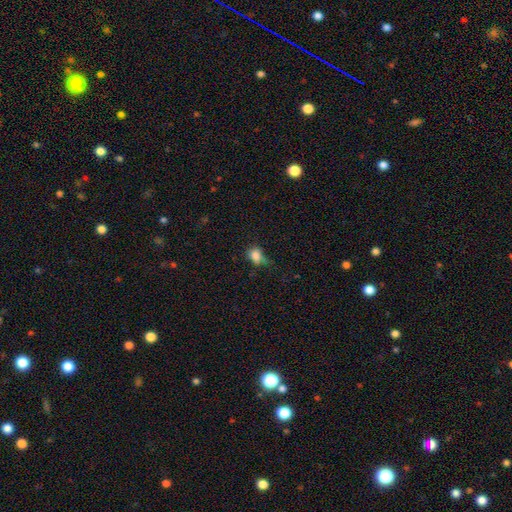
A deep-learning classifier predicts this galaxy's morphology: This is clearly a smooth galaxy (82%). How rounded: possibly round (51%). Merging: marginally none (44%).